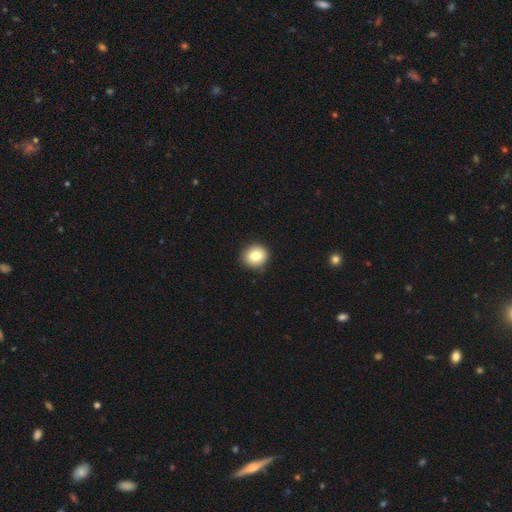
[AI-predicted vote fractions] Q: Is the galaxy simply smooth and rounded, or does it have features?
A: smooth — 81%.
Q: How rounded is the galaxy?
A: round — 81%.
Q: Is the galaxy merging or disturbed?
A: none — 88%.